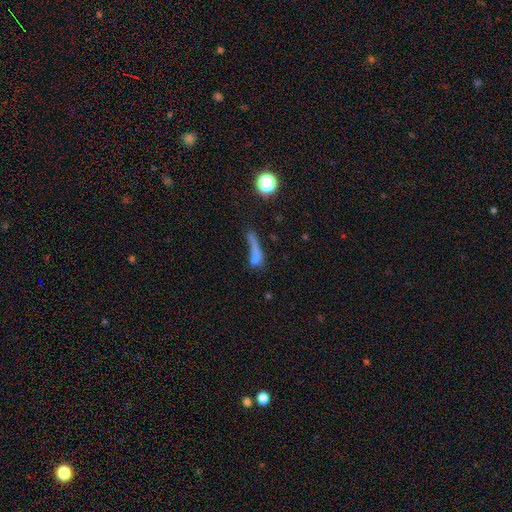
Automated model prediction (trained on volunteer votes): A smooth galaxy with no disk features (55%) that is cigar-shaped (58%).

Vote fractions:
- Smooth or featured? smooth: 55% / featured or disk: 29% / star or artifact: 16%
- How rounded? cigar-shaped: 58% / in between: 30% / round: 12%
- Merging? major disturbance: 36% / none: 27% / merger: 21% / minor disturbance: 16%